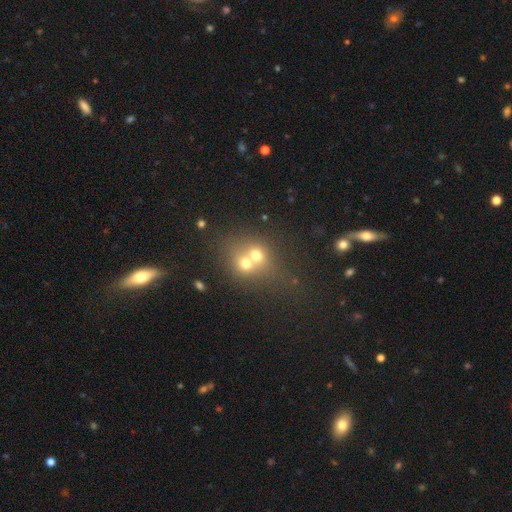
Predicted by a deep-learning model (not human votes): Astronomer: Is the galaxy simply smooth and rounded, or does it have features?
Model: smooth — 61%.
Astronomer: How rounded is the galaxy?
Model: round — 71%.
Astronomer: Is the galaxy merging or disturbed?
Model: merger — 62%.